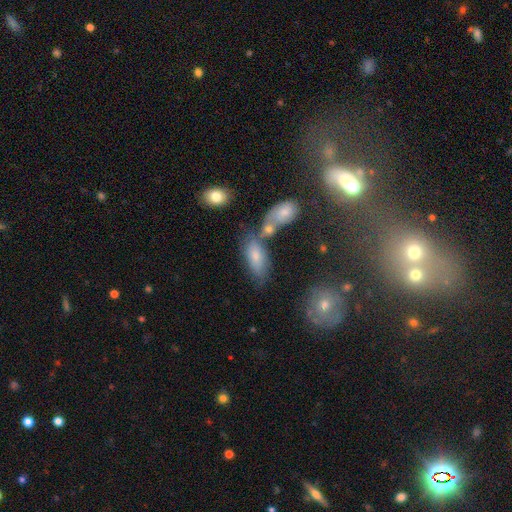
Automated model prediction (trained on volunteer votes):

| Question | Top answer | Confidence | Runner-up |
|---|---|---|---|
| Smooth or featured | smooth | 69% | featured or disk (20%) |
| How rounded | in between | 84% | cigar-shaped (13%) |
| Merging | none | 47% | merger (26%) |